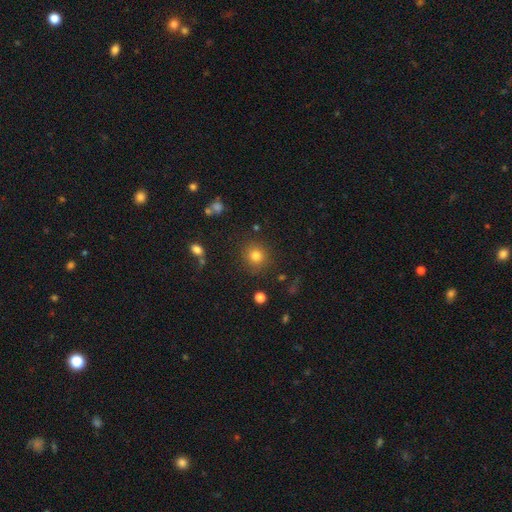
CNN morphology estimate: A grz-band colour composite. It shows a smooth galaxy with no disk features (81%) that is round (90%). Merging: none (87%).